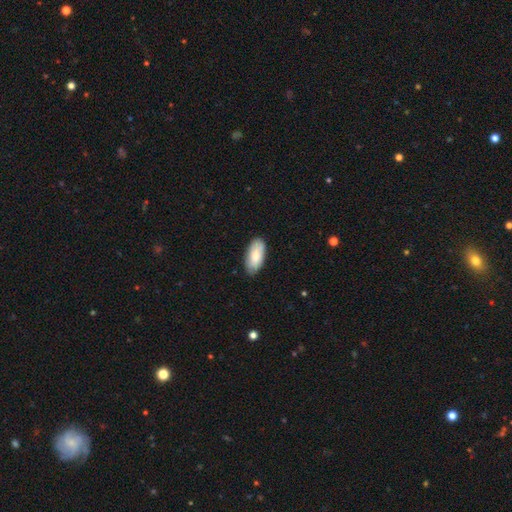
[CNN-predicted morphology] Smooth or featured: smooth — 80% (featured or disk — 15%)
How rounded: in between — 92% (cigar-shaped — 6%)
Merging: none — 82% (minor disturbance — 14%)